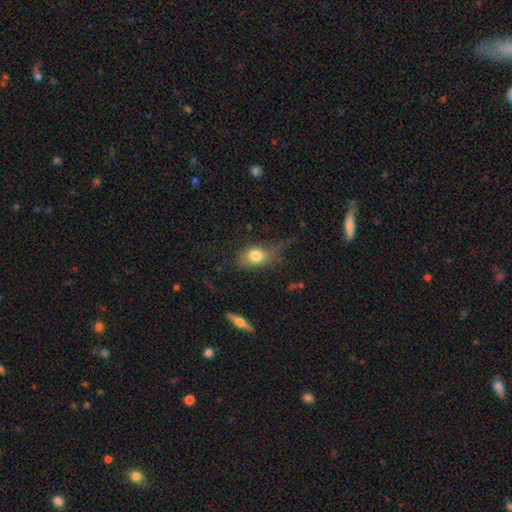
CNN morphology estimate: A smooth galaxy with no disk features (77%) that is in between round and cigar-shaped (74%).

Vote fractions:
- Smooth or featured? smooth: 77% / featured or disk: 14% / star or artifact: 10%
- How rounded? in between: 74% / round: 23% / cigar-shaped: 3%
- Merging? none: 53% / minor disturbance: 29% / major disturbance: 16% / merger: 3%